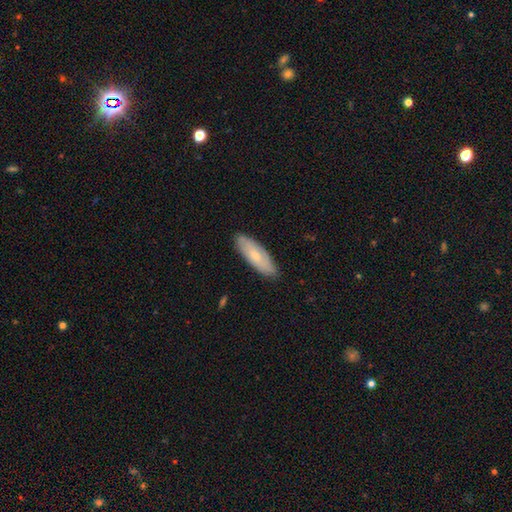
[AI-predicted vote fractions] This appears to be a smooth galaxy with no disk features (61%) that is in between round and cigar-shaped (59%). Merging: none (86%).